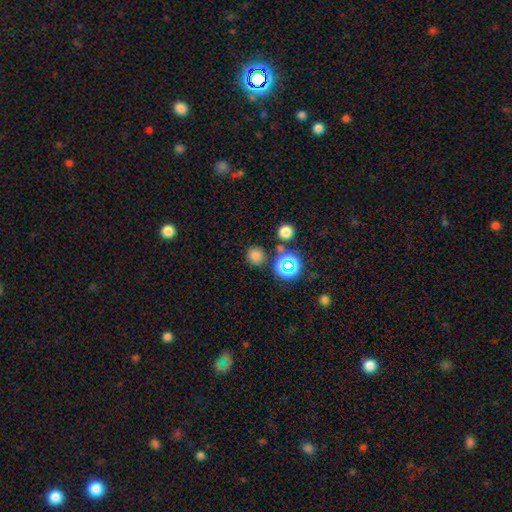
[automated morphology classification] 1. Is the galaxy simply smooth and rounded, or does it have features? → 73% smooth, 22% star or artifact, 5% featured or disk.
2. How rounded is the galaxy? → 88% round, 11% in between, 1% cigar-shaped.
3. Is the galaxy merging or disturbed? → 82% none, 8% minor disturbance, 6% merger, 3% major disturbance.